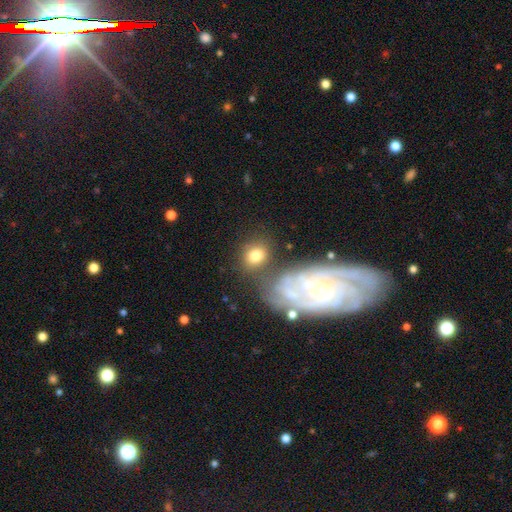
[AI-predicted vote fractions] This appears to be a smooth galaxy with no disk features (73%) that is round (52%). Merging: none (60%).